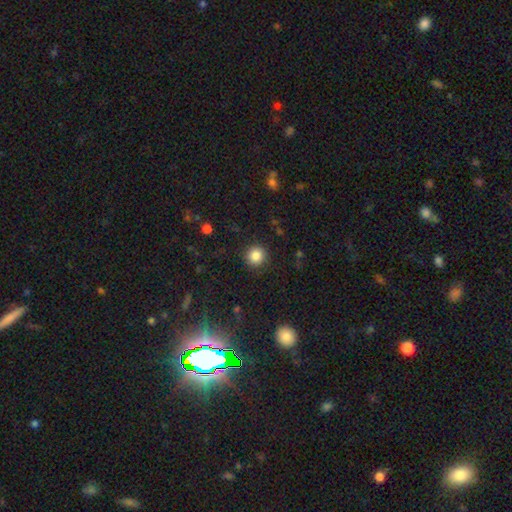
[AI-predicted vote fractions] smooth_or_featured: smooth (p=0.85) [alt: star or artifact p=0.11]
how_rounded: round (p=0.93) [alt: in between p=0.06]
merging: none (p=0.90) [alt: minor disturbance p=0.06]